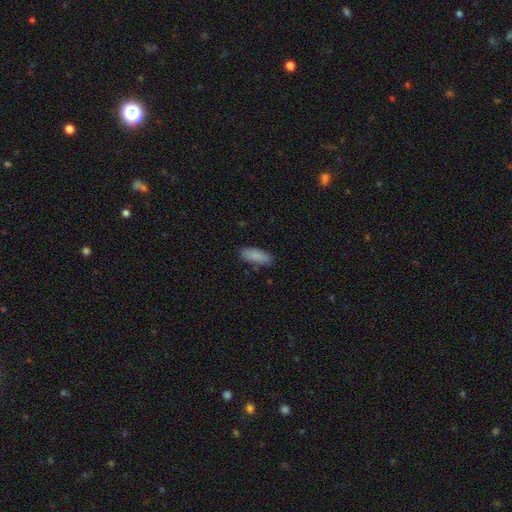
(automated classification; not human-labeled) smooth 88%, star or artifact 6%, featured or disk 5%. Down the decision tree: how rounded — in between (73%); merging — none (86%).